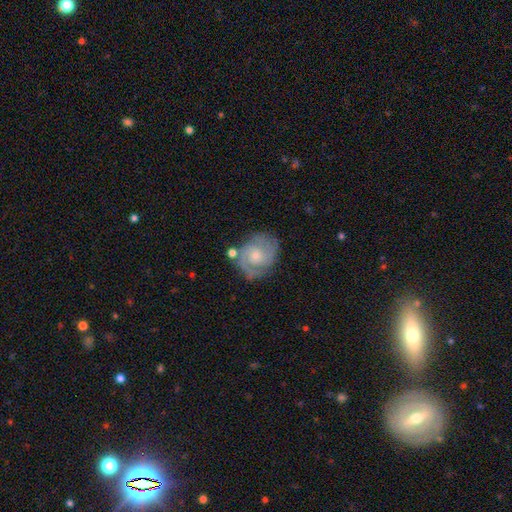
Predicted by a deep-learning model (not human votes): Smooth or featured? featured or disk (75%)
Edge-on disk? no (98%)
Bar? no (70%)
Spiral arms? yes (92%)
Spiral winding? tight (48%)
Spiral arm count? 2 (62%)
Bulge size? small (58%)
Merging? none (66%)